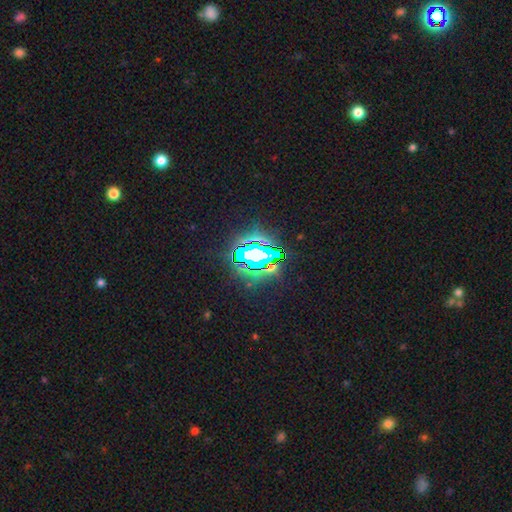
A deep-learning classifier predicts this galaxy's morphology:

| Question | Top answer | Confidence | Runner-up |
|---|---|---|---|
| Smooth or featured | star or artifact | 84% | smooth (10%) |